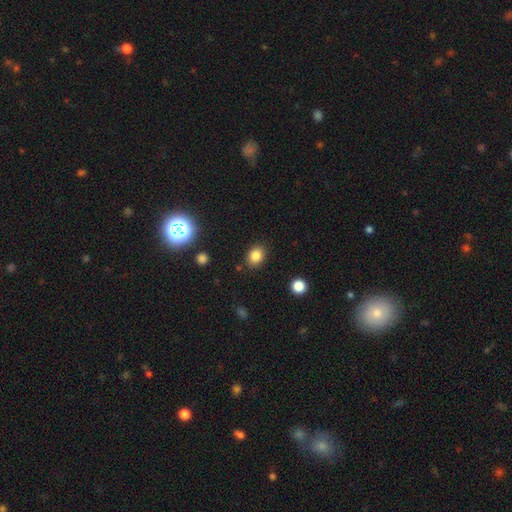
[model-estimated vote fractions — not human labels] Smooth or featured? smooth (83%)
How rounded? in between (57%)
Merging? none (86%)